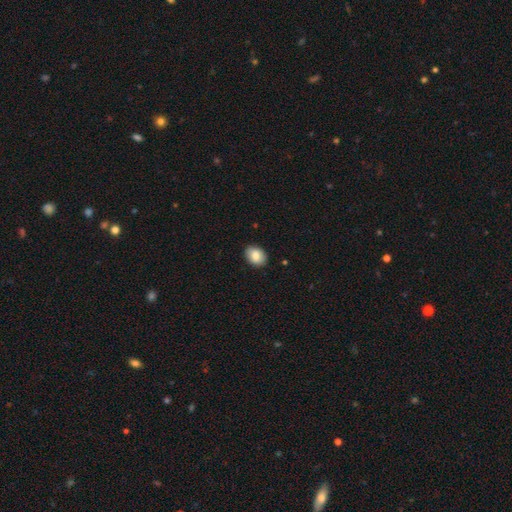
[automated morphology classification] This is clearly a smooth galaxy (85%). How rounded: likely in between (71%). Merging: clearly none (89%).